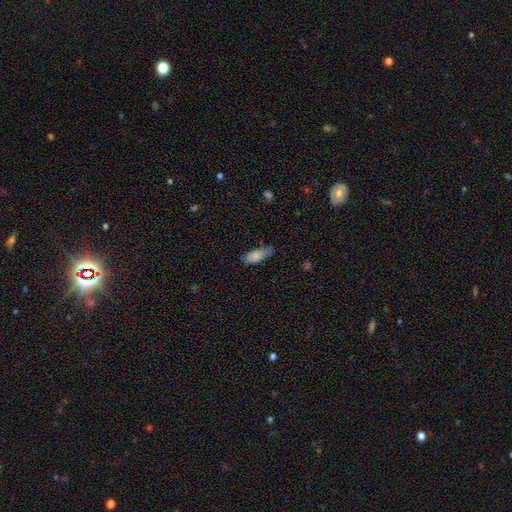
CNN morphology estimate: This appears to be a smooth galaxy with no disk features (82%) that is in between round and cigar-shaped (80%). Merging: none (57%).